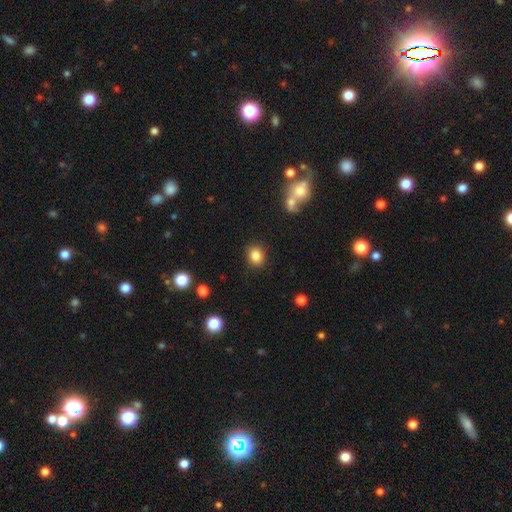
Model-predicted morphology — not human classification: The model was most divided on "how rounded": round: 65%, in between: 34%, cigar-shaped: 1%. More confident: merging — none (88%); smooth or featured — smooth (84%).